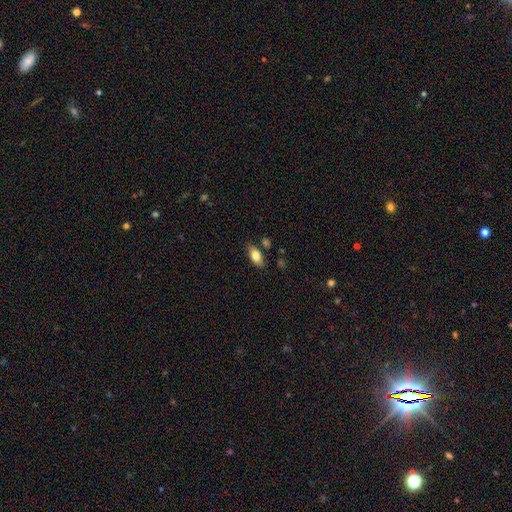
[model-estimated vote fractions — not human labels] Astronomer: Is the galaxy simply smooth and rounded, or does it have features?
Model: smooth — 77%.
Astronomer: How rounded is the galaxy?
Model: in between — 87%.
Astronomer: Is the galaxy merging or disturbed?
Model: none — 78%.